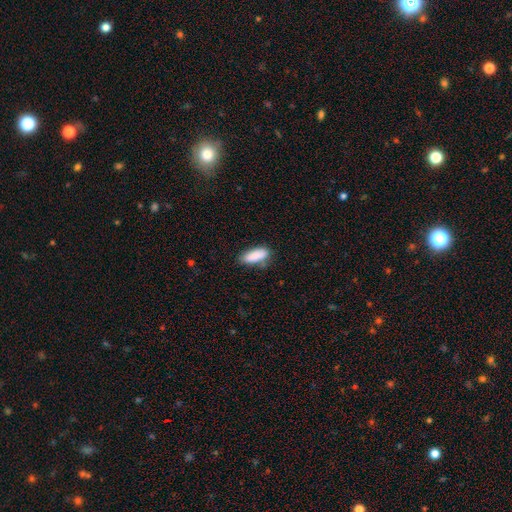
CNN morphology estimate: The model was most divided on "merging": none: 70%, minor disturbance: 22%, major disturbance: 4%, merger: 4%. More confident: smooth or featured — smooth (88%); how rounded — in between (74%).